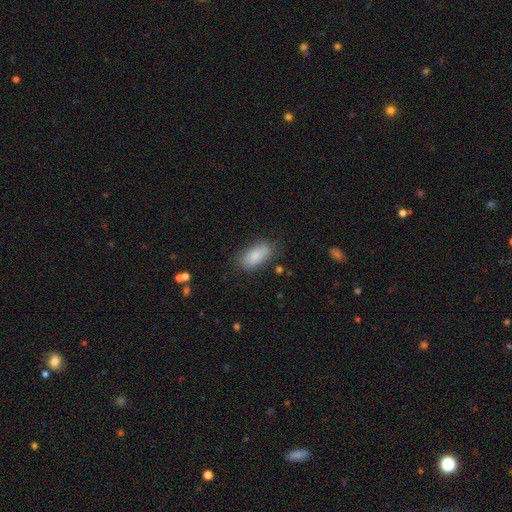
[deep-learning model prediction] smooth_or_featured: smooth (p=0.83) [alt: featured or disk p=0.10]
how_rounded: in between (p=0.90) [alt: cigar-shaped p=0.07]
merging: none (p=0.77) [alt: minor disturbance p=0.17]